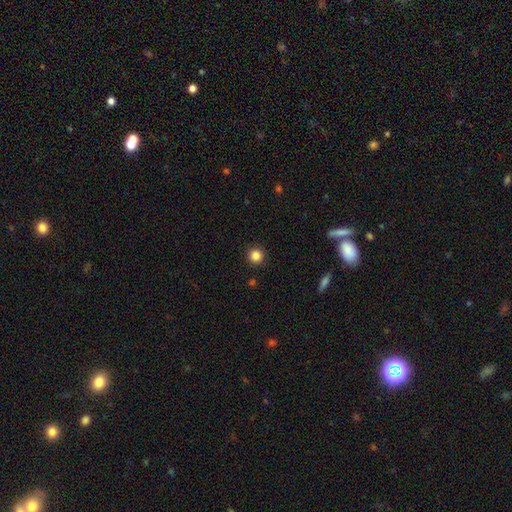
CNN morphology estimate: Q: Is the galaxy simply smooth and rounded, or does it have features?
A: smooth — 85%.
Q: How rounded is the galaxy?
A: round — 95%.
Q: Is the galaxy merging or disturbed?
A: none — 93%.